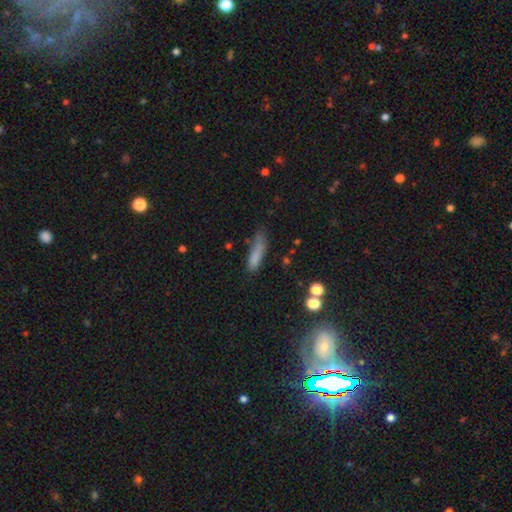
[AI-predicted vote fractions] This is likely a smooth galaxy (76%). How rounded: likely cigar-shaped (69%). Merging: possibly none (49%).